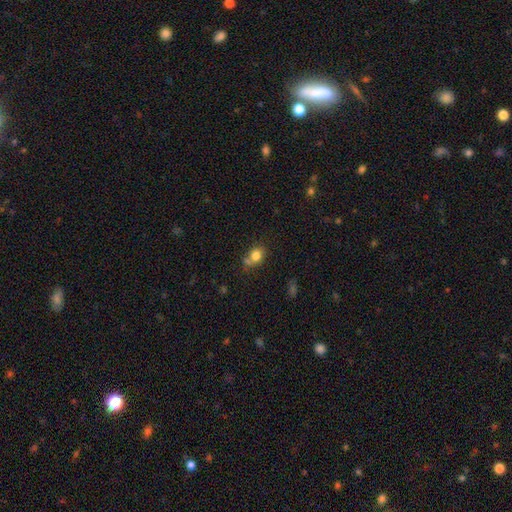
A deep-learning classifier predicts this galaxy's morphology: Overall: smooth (79%). How rounded: round (51%; in between 48%). Merging: none (54%; minor disturbance 21%).